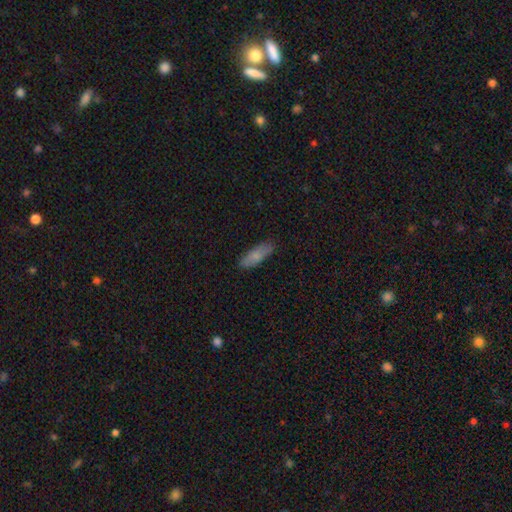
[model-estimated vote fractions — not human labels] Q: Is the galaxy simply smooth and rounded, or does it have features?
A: smooth — 78%.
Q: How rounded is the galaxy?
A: in between — 55%.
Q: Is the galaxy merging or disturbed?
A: none — 85%.